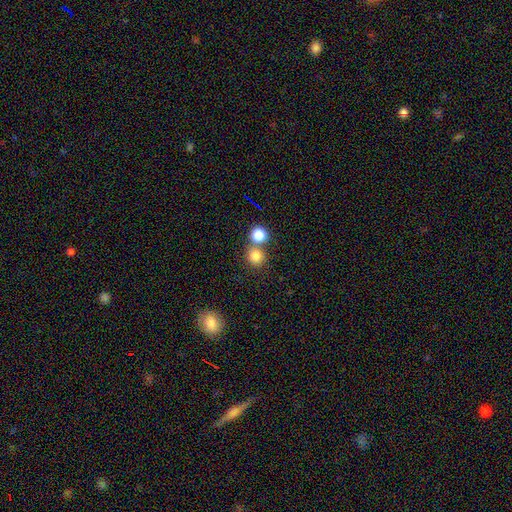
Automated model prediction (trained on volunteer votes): Morphology: type=smooth (80%); roundness=round (88%); merging=none (57%).